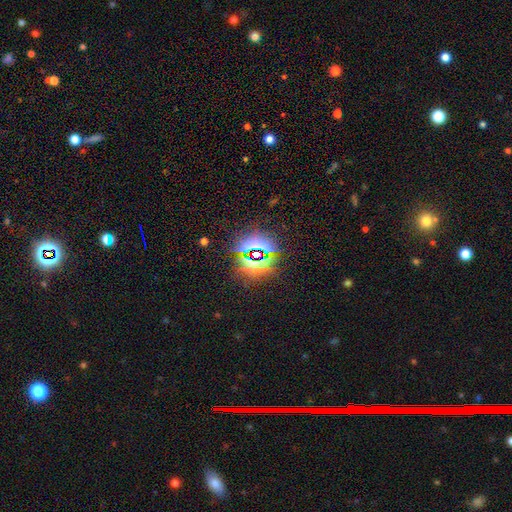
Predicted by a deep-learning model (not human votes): smooth_or_featured: star or artifact (p=0.77) [alt: smooth p=0.15]